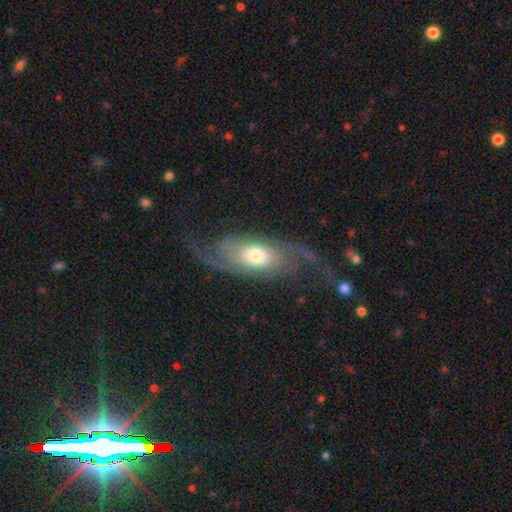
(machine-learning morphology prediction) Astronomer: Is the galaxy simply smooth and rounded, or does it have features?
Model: featured or disk — 74%.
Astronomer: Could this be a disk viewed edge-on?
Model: no — 91%.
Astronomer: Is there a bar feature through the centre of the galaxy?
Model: no — 72%.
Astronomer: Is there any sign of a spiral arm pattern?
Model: yes — 89%.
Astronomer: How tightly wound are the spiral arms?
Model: loose — 58%.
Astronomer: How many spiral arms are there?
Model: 2 — 81%.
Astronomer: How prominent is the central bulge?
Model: moderate — 55%.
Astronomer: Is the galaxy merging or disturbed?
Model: none — 57%.